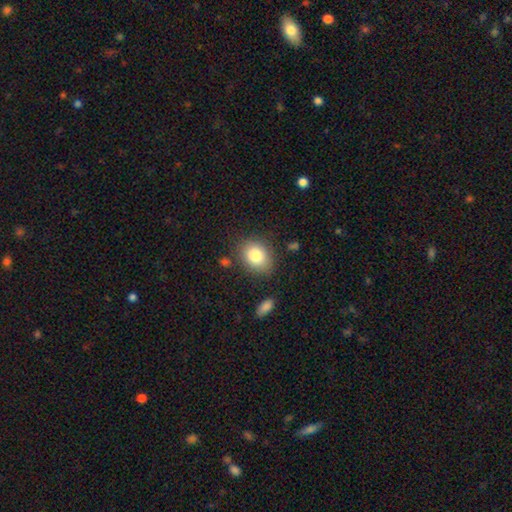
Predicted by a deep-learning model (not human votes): This appears to be a smooth galaxy with no disk features (82%) that is in between round and cigar-shaped (53%). Merging: none (80%).